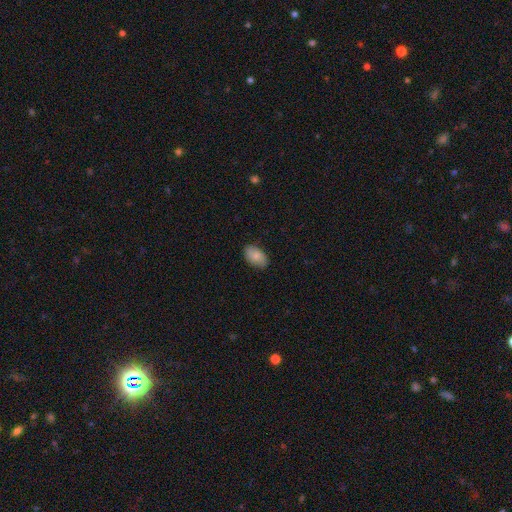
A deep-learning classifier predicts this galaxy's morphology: Q: Smooth or featured?
A: smooth (80%); runner-up: featured or disk (13%)
Q: How rounded?
A: in between (93%); runner-up: round (6%)
Q: Merging?
A: none (84%); runner-up: minor disturbance (13%)